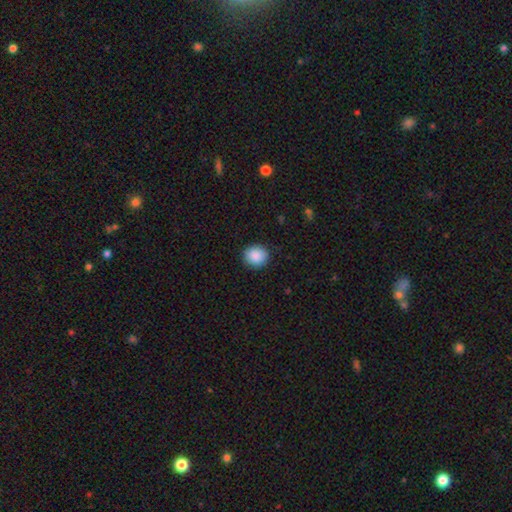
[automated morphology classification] This appears to be a smooth galaxy with no disk features (89%) that is round (81%). Merging: none (90%).